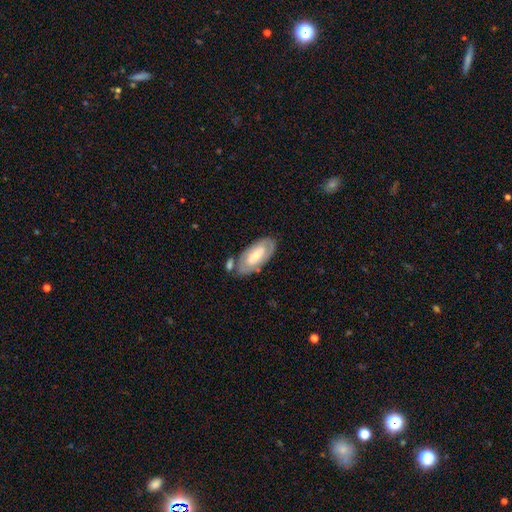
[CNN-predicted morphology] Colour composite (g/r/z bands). It shows a featured or disk galaxy (53%). Merging: none (67%).